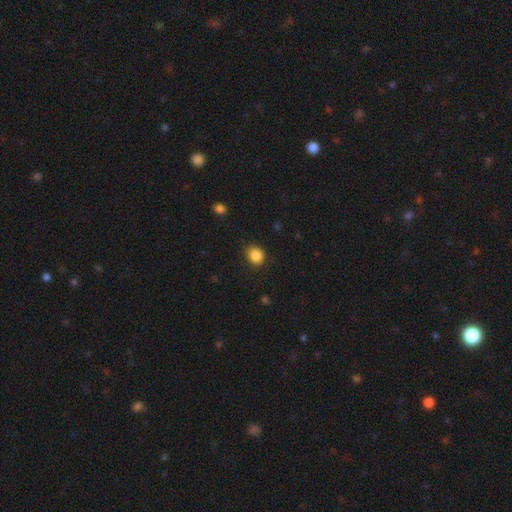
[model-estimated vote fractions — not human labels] This appears to be a smooth galaxy with no disk features (87%) that is round (69%). Merging: none (82%).